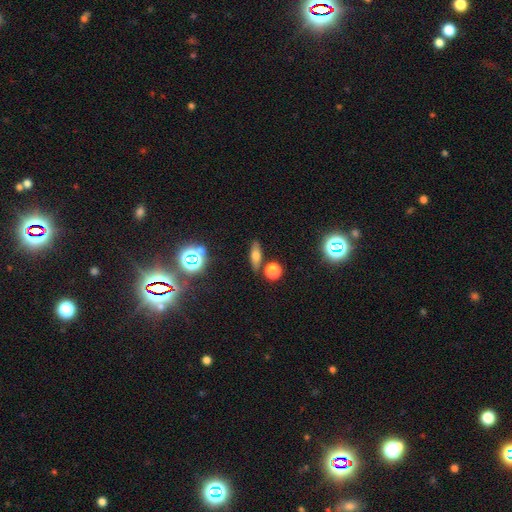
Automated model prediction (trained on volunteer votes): Smooth or featured? Predicted: smooth (p=0.60). How rounded? Predicted: in between (p=0.51). Merging? Predicted: none (p=0.80).